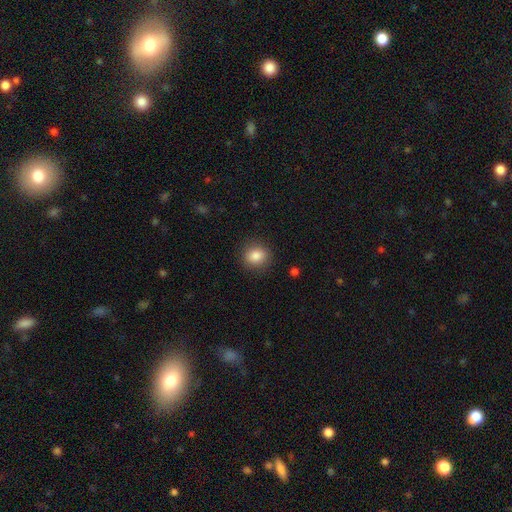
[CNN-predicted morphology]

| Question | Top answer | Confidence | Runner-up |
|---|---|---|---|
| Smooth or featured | smooth | 86% | star or artifact (9%) |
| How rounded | round | 75% | in between (24%) |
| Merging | none | 88% | minor disturbance (8%) |